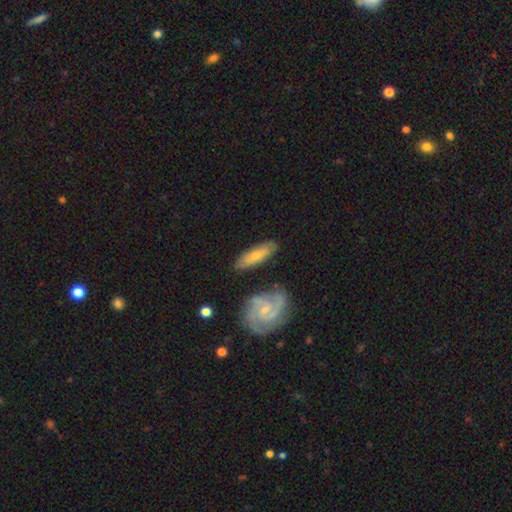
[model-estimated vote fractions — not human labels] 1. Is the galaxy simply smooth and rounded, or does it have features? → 49% smooth, 46% featured or disk, 5% star or artifact.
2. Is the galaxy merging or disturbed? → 75% none, 15% minor disturbance, 6% merger, 4% major disturbance.